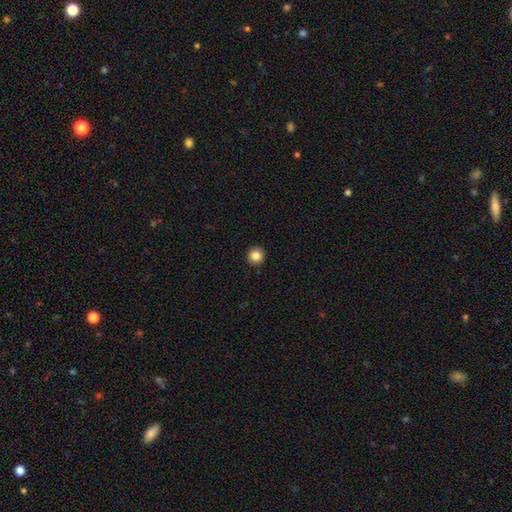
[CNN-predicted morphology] The model was most divided on "smooth or featured": smooth: 85%, star or artifact: 10%, featured or disk: 5%. More confident: how rounded — round (96%); merging — none (93%).